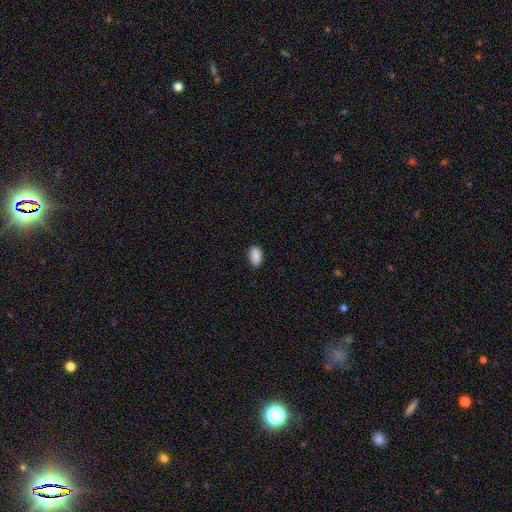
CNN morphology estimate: This is clearly a smooth galaxy (90%). How rounded: clearly in between (93%). Merging: clearly none (84%).